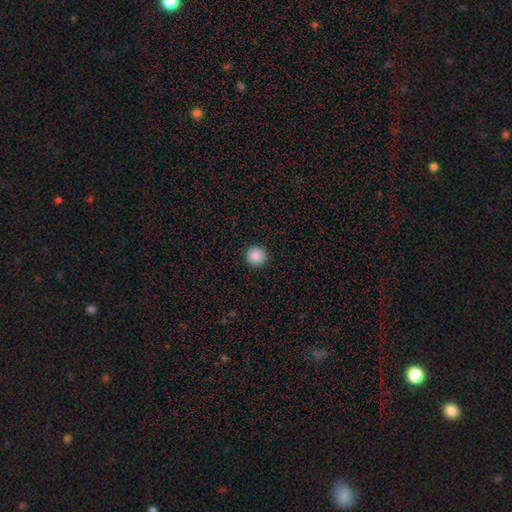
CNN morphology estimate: A smooth galaxy with no disk features (88%) that is round (95%). Merging: none (93%).